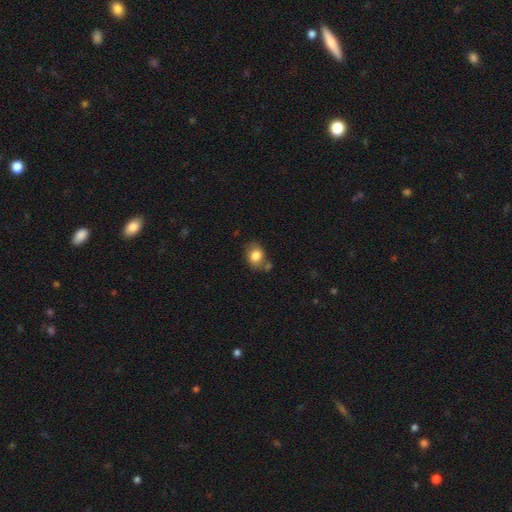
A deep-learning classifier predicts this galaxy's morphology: Smooth or featured: smooth — 82% (featured or disk — 10%)
How rounded: round — 51% (in between — 48%)
Merging: none — 64% (minor disturbance — 19%)